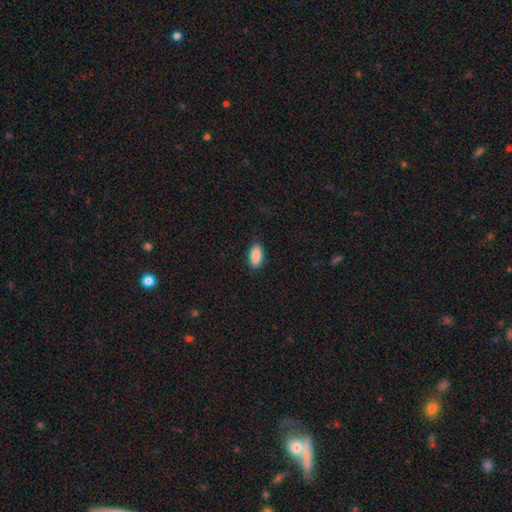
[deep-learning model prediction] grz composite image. It shows a smooth galaxy with no disk features (90%) that is in between round and cigar-shaped (93%). Merging: none (87%).